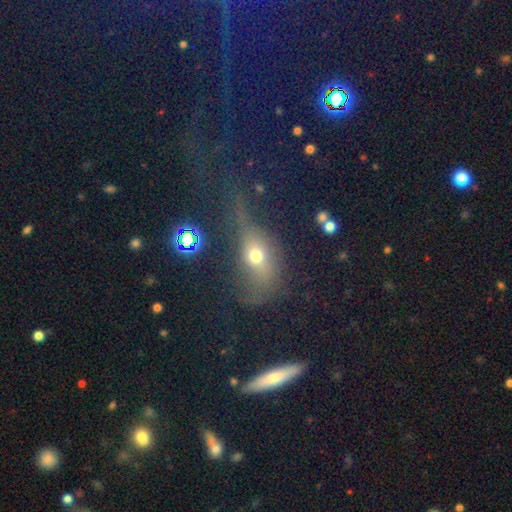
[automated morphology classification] Q: Smooth or featured?
A: smooth (51%); runner-up: featured or disk (30%)
Q: How rounded?
A: in between (60%); runner-up: round (31%)
Q: Merging?
A: major disturbance (38%); runner-up: none (36%)